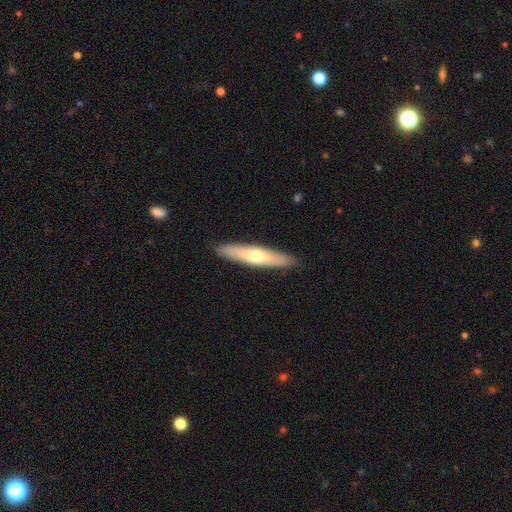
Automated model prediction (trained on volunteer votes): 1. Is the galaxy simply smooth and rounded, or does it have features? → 50% smooth, 45% featured or disk, 5% star or artifact.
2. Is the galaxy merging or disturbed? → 90% none, 8% minor disturbance, 2% major disturbance, 1% merger.